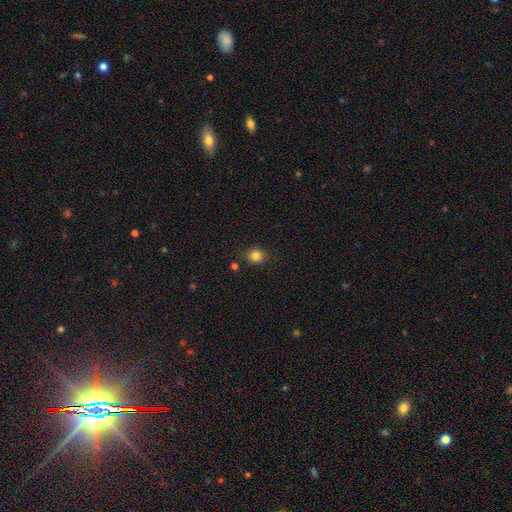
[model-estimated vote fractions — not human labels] Smooth or featured? smooth (84%)
How rounded? round (71%)
Merging? none (83%)